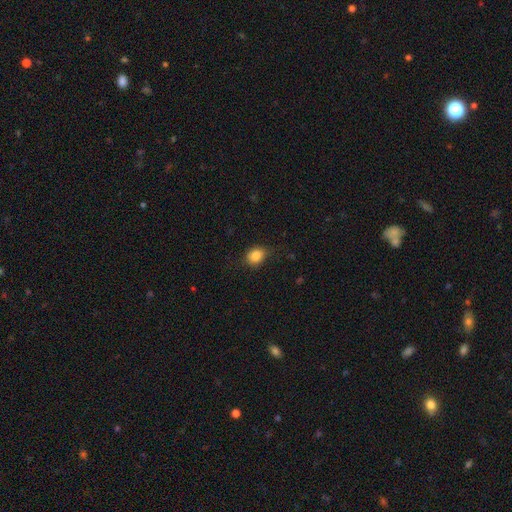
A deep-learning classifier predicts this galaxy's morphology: smooth 85%, star or artifact 10%, featured or disk 5%. Down the decision tree: how rounded — round (55%); merging — none (77%).